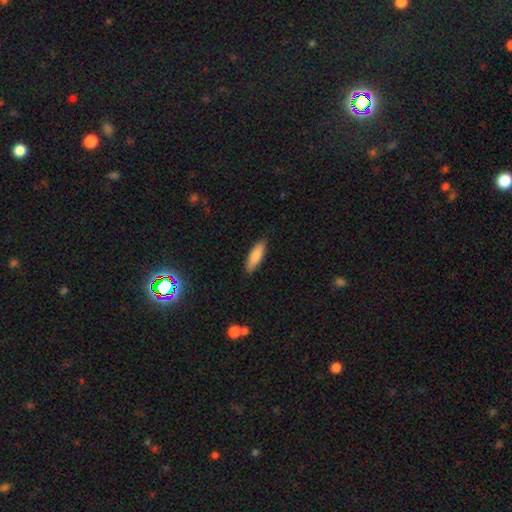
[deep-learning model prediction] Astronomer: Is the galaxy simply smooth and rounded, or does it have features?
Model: smooth — 84%.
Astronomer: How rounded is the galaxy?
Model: cigar-shaped — 50% (runner-up: in between, 48%).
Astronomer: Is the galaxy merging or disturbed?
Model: none — 87%.